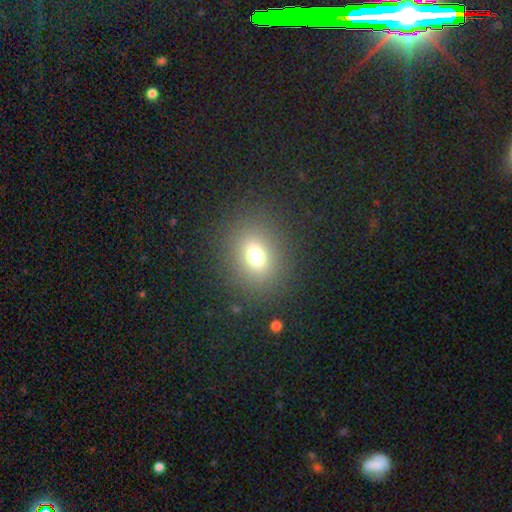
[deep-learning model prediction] A smooth galaxy with no disk features (70%) that is round (59%).

Vote fractions:
- Smooth or featured? smooth: 70% / star or artifact: 18% / featured or disk: 13%
- How rounded? round: 59% / in between: 39% / cigar-shaped: 1%
- Merging? none: 86% / minor disturbance: 8% / major disturbance: 5% / merger: 1%